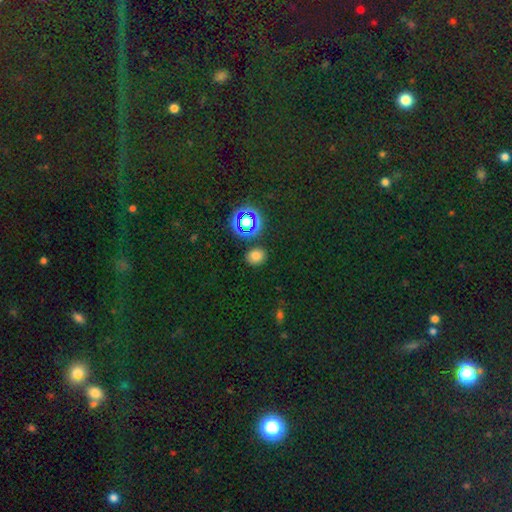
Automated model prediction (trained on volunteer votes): Smooth or featured? smooth (72%)
How rounded? round (62%)
Merging? none (86%)